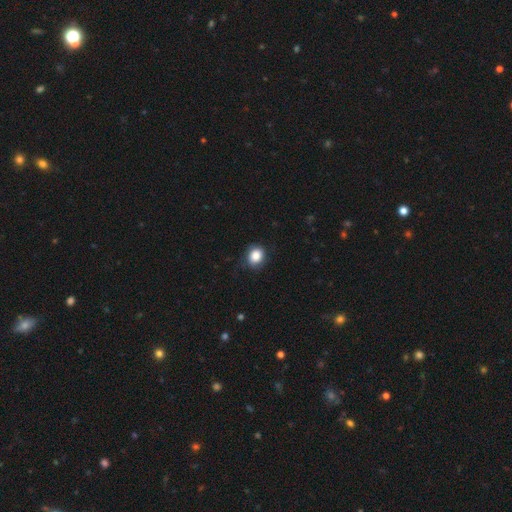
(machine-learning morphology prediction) Overall: smooth (85%). How rounded: round (64%; in between 35%). Merging: none (78%).